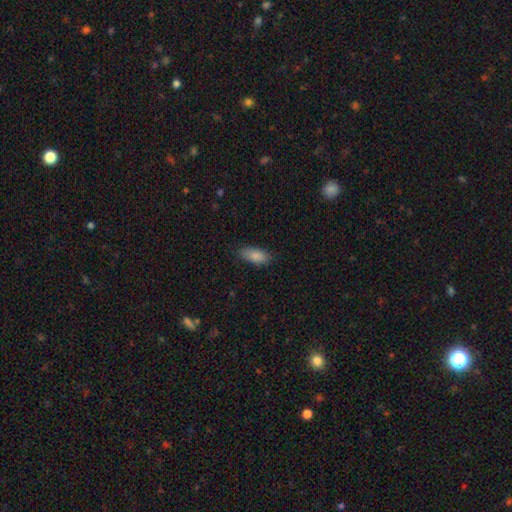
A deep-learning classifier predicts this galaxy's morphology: Smooth or featured?
  - smooth: 87% *
  - star or artifact: 7%
  - featured or disk: 6%
How rounded?
  - in between: 87% *
  - cigar-shaped: 11%
  - round: 2%
Merging?
  - none: 84% *
  - minor disturbance: 13%
  - major disturbance: 3%
  - merger: 1%